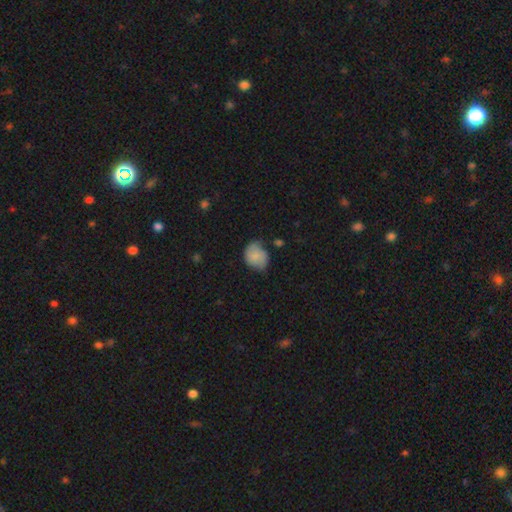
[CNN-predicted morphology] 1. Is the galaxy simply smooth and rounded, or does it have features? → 74% smooth, 18% featured or disk, 8% star or artifact.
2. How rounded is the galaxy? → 52% round, 47% in between, 1% cigar-shaped.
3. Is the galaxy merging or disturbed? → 50% none, 37% minor disturbance, 9% major disturbance, 4% merger.